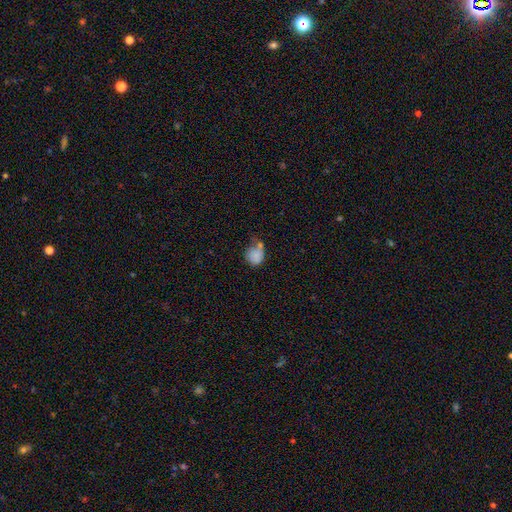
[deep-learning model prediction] A smooth galaxy with no disk features (81%) that is round (74%). Merging: none (39%).